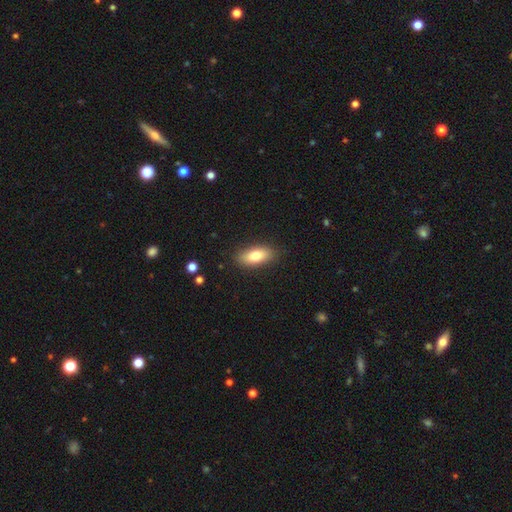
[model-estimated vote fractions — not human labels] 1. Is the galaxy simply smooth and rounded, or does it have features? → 78% smooth, 15% featured or disk, 7% star or artifact.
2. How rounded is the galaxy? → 84% in between, 12% cigar-shaped, 4% round.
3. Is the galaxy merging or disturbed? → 86% none, 10% minor disturbance, 2% major disturbance, 1% merger.